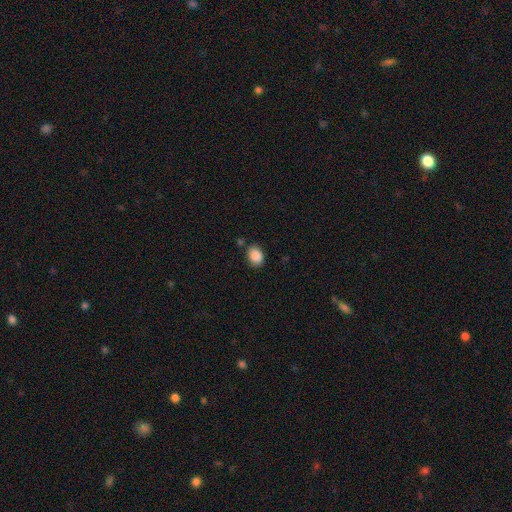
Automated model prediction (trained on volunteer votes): Morphology: type=smooth (89%); roundness=in between (68%); merging=none (79%).